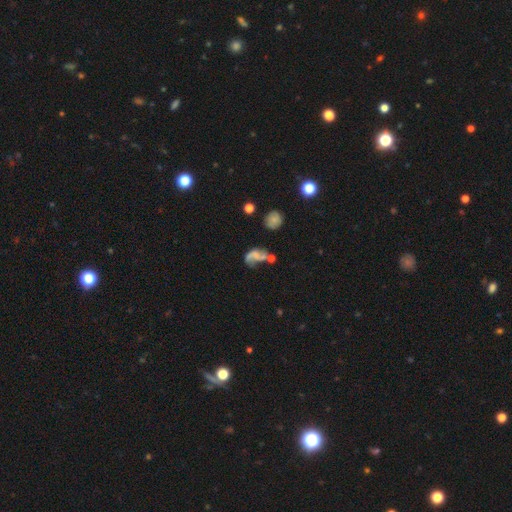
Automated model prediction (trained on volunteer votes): Morphology: type=featured or disk (58%); edge-on=no (97%); bar=no (64%); spiral arms=yes (76%); bulge=none (65%); merging=none (34%).